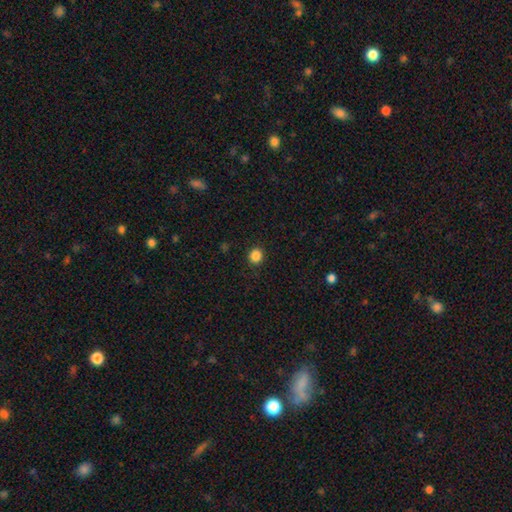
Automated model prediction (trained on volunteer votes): Q: Smooth or featured?
A: smooth (86%); runner-up: star or artifact (11%)
Q: How rounded?
A: round (87%); runner-up: in between (12%)
Q: Merging?
A: none (91%); runner-up: minor disturbance (6%)